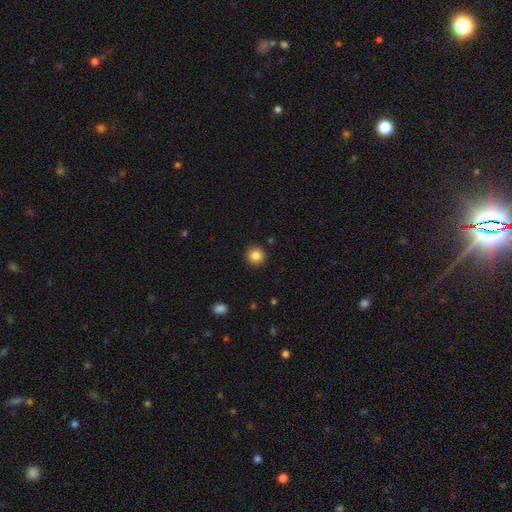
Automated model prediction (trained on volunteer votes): Smooth or featured? Predicted: smooth (p=0.85). How rounded? Predicted: round (p=0.94). Merging? Predicted: none (p=0.92).